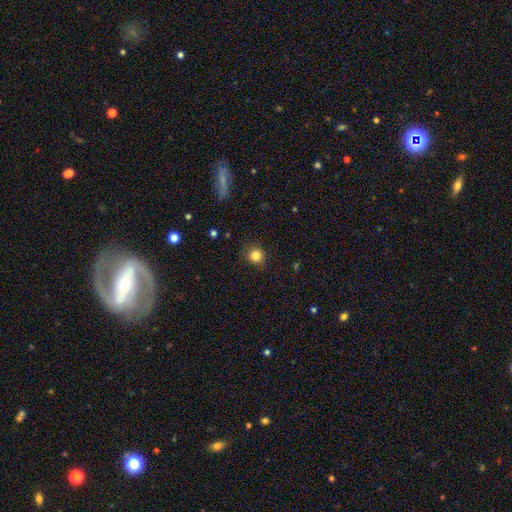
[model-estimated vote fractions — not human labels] The model was most divided on "smooth or featured": smooth: 84%, star or artifact: 12%, featured or disk: 5%. More confident: how rounded — round (91%); merging — none (87%).